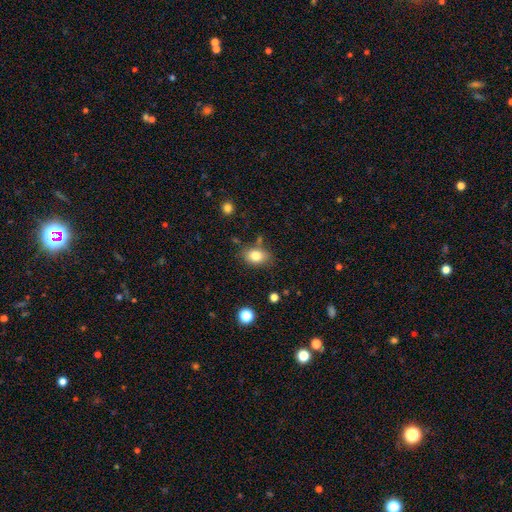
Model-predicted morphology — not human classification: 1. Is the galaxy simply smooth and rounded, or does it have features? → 81% smooth, 10% featured or disk, 10% star or artifact.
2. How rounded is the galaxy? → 78% in between, 20% round, 1% cigar-shaped.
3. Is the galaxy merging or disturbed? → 76% none, 15% minor disturbance, 5% merger, 4% major disturbance.